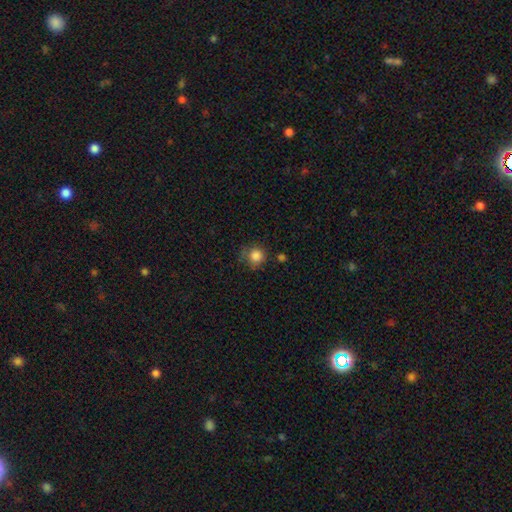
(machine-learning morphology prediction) A smooth galaxy with no disk features (84%) that is round (91%).

Vote fractions:
- Smooth or featured? smooth: 84% / star or artifact: 10% / featured or disk: 6%
- How rounded? round: 91% / in between: 8% / cigar-shaped: 1%
- Merging? none: 65% / minor disturbance: 22% / major disturbance: 8% / merger: 4%